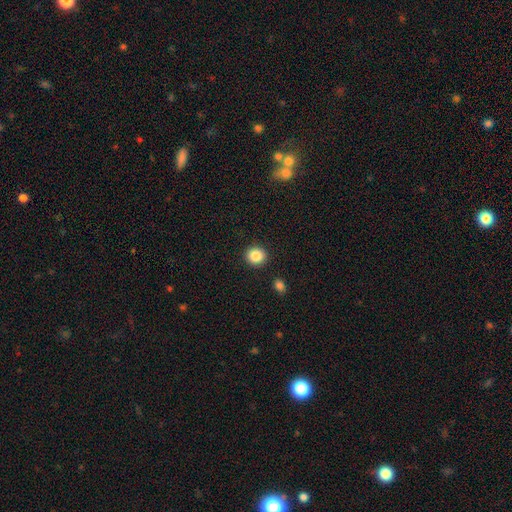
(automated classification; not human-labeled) The model was most divided on "how rounded": round: 87%, in between: 12%, cigar-shaped: 1%. More confident: merging — none (90%); smooth or featured — smooth (87%).